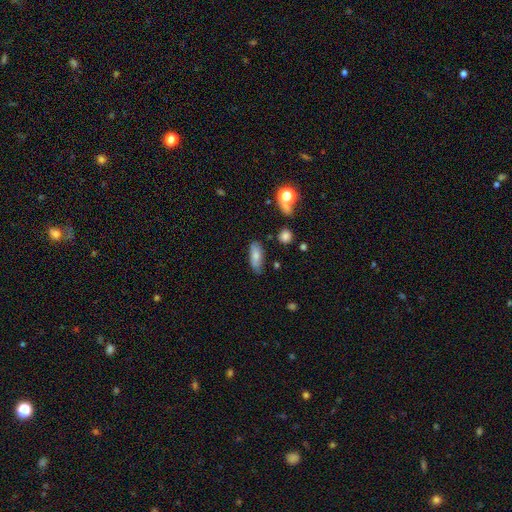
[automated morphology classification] Smooth or featured: smooth — 75% (featured or disk — 18%)
How rounded: in between — 72% (cigar-shaped — 25%)
Merging: none — 74% (minor disturbance — 19%)